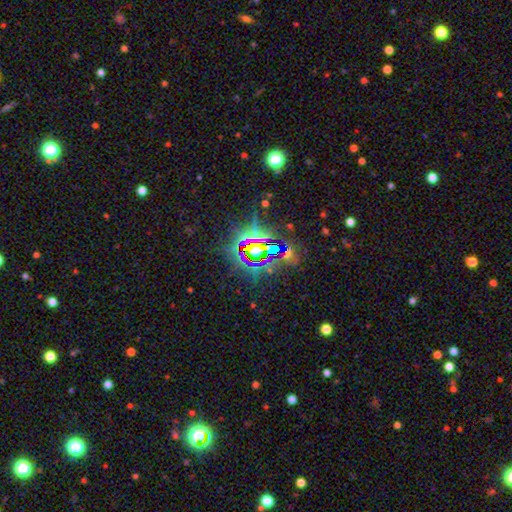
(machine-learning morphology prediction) Q: Smooth or featured?
A: star or artifact (80%); runner-up: smooth (10%)